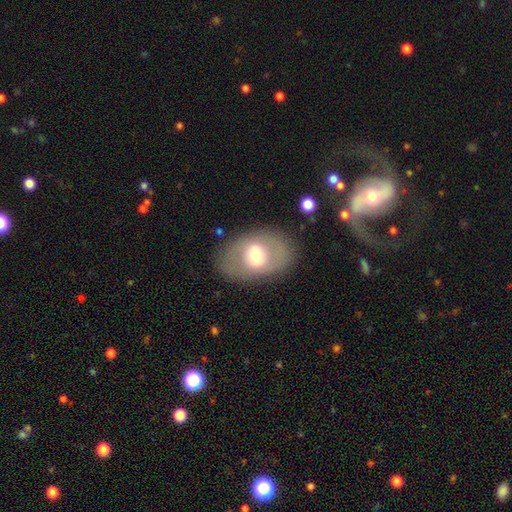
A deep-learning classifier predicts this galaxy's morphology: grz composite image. It shows a smooth galaxy with no disk features (49%). Merging: none (82%).